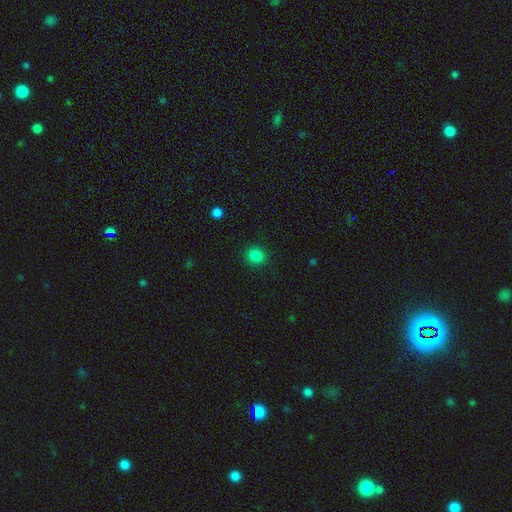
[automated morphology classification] Smooth or featured: smooth — 85% (star or artifact — 12%)
How rounded: round — 82% (in between — 18%)
Merging: none — 90% (minor disturbance — 6%)